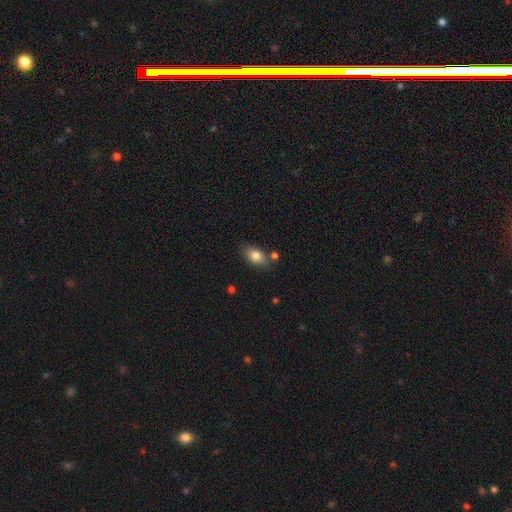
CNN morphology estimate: Smooth or featured: smooth — 82% (featured or disk — 9%)
How rounded: in between — 86% (round — 11%)
Merging: none — 76% (minor disturbance — 14%)